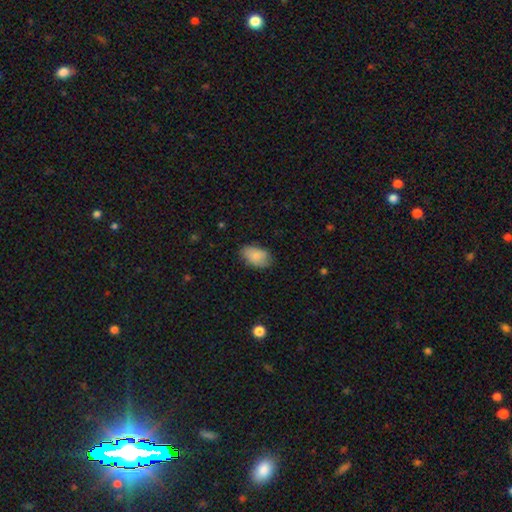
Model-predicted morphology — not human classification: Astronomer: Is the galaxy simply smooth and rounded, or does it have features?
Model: smooth — 83%.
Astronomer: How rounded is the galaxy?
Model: in between — 90%.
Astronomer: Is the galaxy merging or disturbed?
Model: none — 78%.